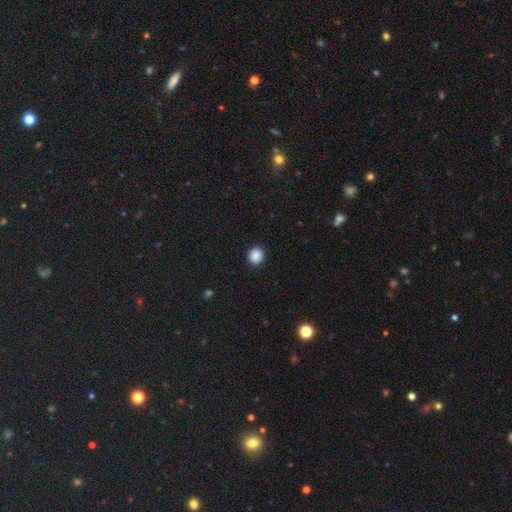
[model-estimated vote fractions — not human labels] smooth 88%, star or artifact 9%, featured or disk 3%. Down the decision tree: how rounded — round (84%); merging — none (91%).